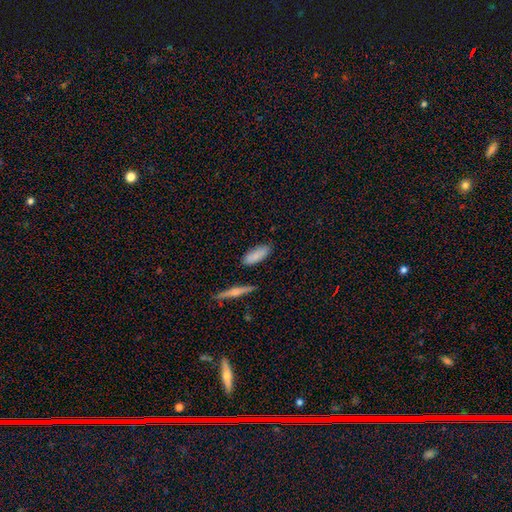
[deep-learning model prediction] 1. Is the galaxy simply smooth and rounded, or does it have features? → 82% smooth, 11% featured or disk, 7% star or artifact.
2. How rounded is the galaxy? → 74% in between, 24% cigar-shaped, 2% round.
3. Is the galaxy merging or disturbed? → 79% none, 14% minor disturbance, 4% merger, 3% major disturbance.